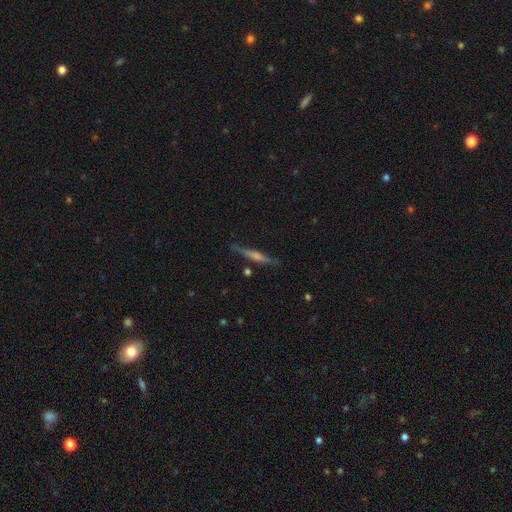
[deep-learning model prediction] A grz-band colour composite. It shows a featured or disk galaxy (62%) viewed edge-on (97%) with a rounded central bulge (48%). Merging: none (84%).